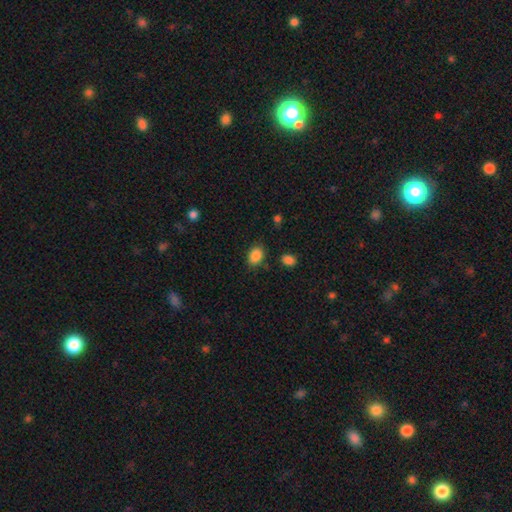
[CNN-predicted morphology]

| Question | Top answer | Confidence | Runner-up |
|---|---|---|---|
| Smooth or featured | smooth | 87% | star or artifact (9%) |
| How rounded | in between | 77% | round (21%) |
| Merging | none | 80% | minor disturbance (13%) |